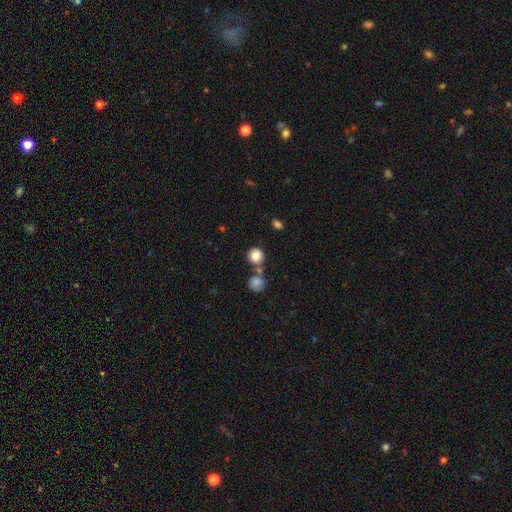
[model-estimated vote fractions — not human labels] Q: Smooth or featured?
A: smooth (83%); runner-up: star or artifact (10%)
Q: How rounded?
A: round (85%); runner-up: in between (14%)
Q: Merging?
A: none (60%); runner-up: merger (25%)